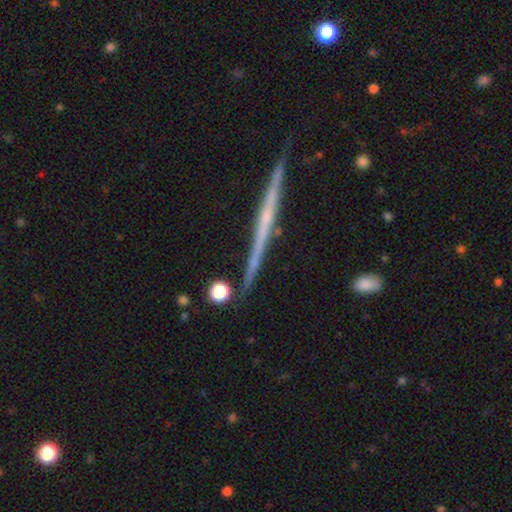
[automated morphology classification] type=featured or disk (76%); edge-on=yes (98%); edge-on bulge=none (68%); merging=none (87%).